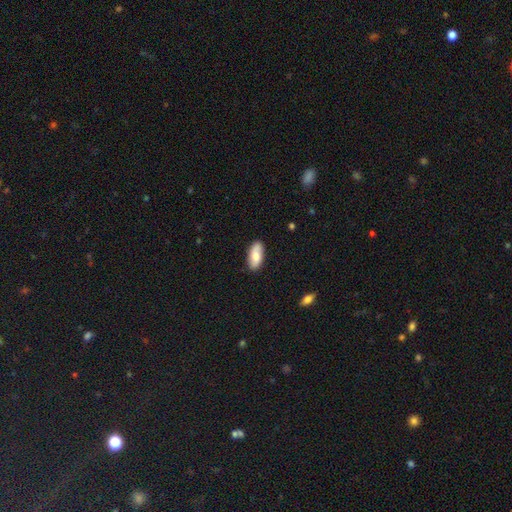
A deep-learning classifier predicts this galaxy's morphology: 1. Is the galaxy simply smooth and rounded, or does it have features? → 77% smooth, 18% featured or disk, 6% star or artifact.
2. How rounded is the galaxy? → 88% in between, 9% cigar-shaped, 2% round.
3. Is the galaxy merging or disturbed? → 85% none, 12% minor disturbance, 2% major disturbance, 1% merger.